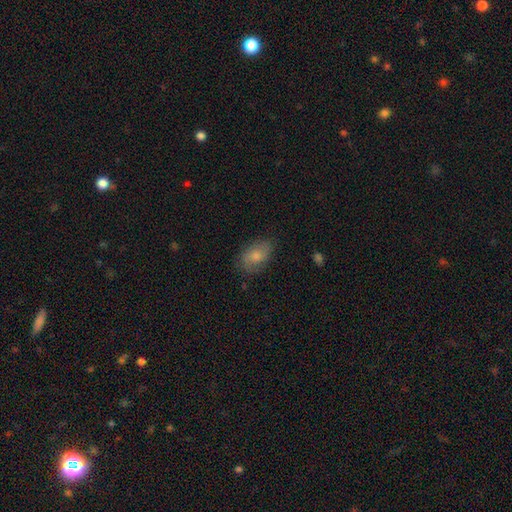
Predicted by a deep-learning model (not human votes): This appears to be a smooth galaxy with no disk features (64%) that is in between round and cigar-shaped (86%). Merging: none (71%).